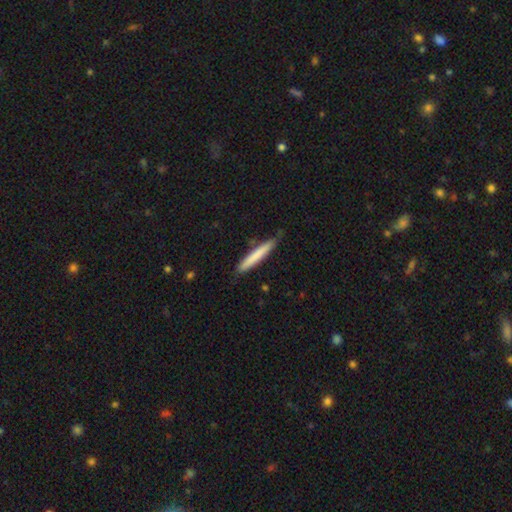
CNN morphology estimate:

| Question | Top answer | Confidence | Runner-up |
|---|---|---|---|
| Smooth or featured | smooth | 74% | featured or disk (20%) |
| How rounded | cigar-shaped | 95% | in between (4%) |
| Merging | none | 80% | minor disturbance (16%) |